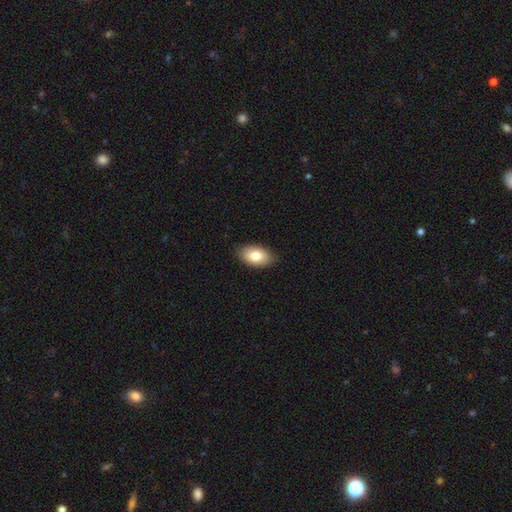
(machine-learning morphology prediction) A smooth galaxy with no disk features (81%) that is in between round and cigar-shaped (92%). Merging: none (86%).